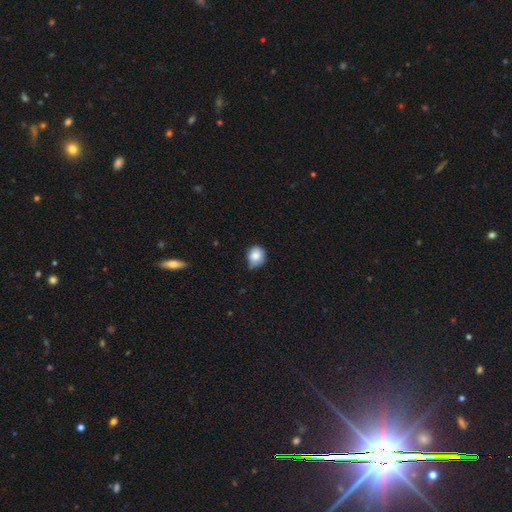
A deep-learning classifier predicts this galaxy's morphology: A smooth galaxy with no disk features (83%) that is round (77%). Merging: none (50%).